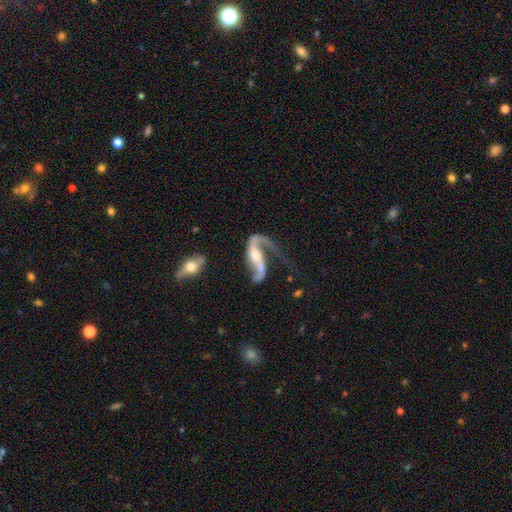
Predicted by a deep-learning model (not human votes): Smooth or featured? Predicted: featured or disk (p=0.86). Edge-on disk? Predicted: no (p=0.92). Bar? Predicted: no (p=0.38). Spiral arms? Predicted: yes (p=0.92). Spiral winding? Predicted: loose (p=0.74). Spiral arm count? Predicted: 2 (p=0.72). Bulge size? Predicted: moderate (p=0.53). Merging? Predicted: major disturbance (p=0.38).